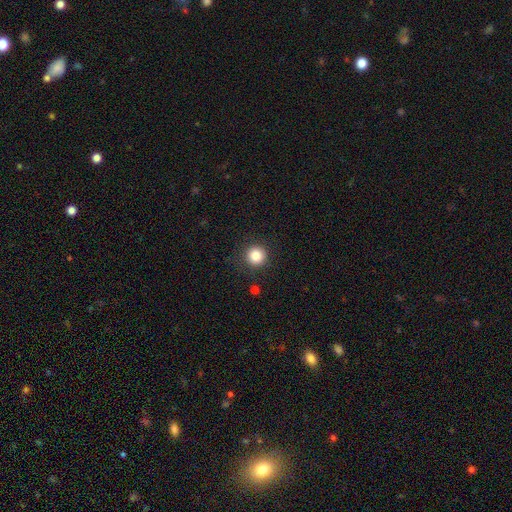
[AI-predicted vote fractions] Smooth or featured: smooth — 85% (star or artifact — 11%)
How rounded: round — 95% (in between — 4%)
Merging: none — 90% (minor disturbance — 7%)